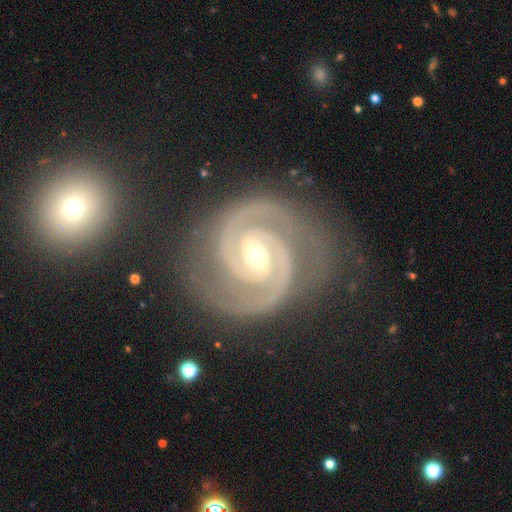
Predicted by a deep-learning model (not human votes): Smooth or featured: featured or disk — 94% (star or artifact — 4%)
Edge-on disk: no — 98% (yes — 2%)
Bar: weak — 37% (strong — 34%)
Spiral arms: yes — 99% (no — 1%)
Spiral winding: tight — 71% (medium — 27%)
Spiral arm count: 2 — 92% (3 — 4%)
Bulge size: moderate — 50% (small — 47%)
Merging: none — 80% (minor disturbance — 13%)